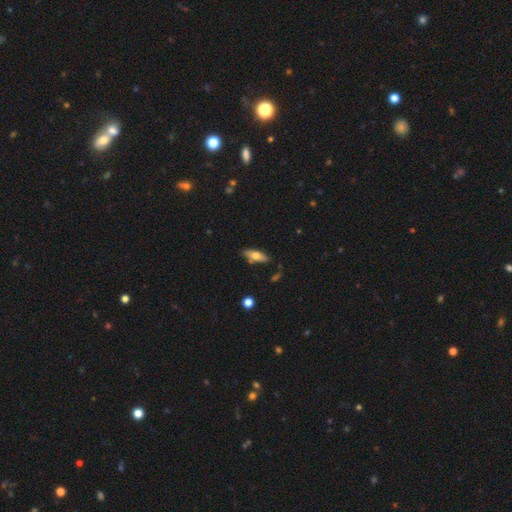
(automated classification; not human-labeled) Morphology: type=smooth (66%); roundness=in between (68%); merging=none (79%).